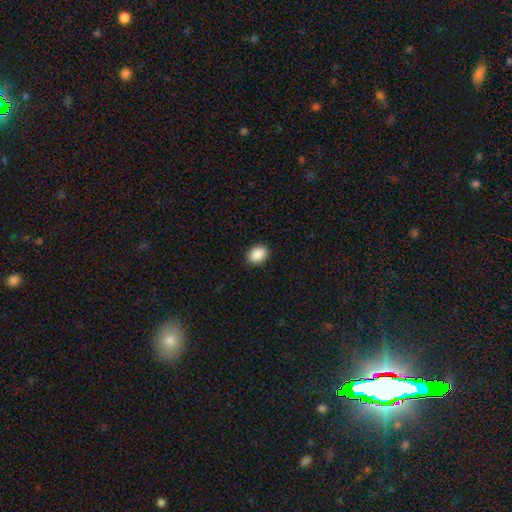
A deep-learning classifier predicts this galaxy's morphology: Smooth or featured: smooth — 90% (star or artifact — 7%)
How rounded: in between — 75% (round — 24%)
Merging: none — 91% (minor disturbance — 6%)